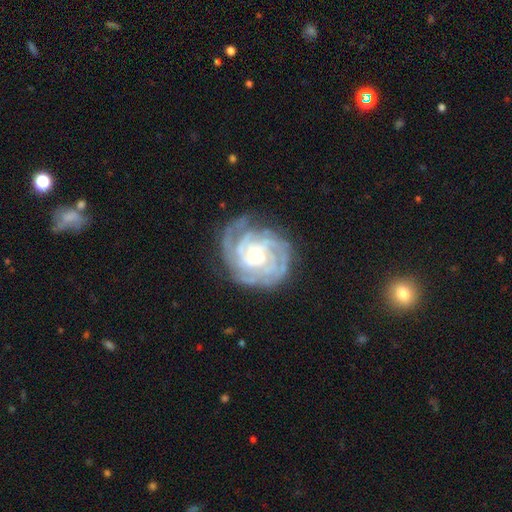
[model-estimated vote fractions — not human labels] Smooth or featured? Predicted: featured or disk (p=0.90). Edge-on disk? Predicted: no (p=0.98). Bar? Predicted: no (p=0.67). Spiral arms? Predicted: yes (p=0.98). Spiral winding? Predicted: tight (p=0.77). Spiral arm count? Predicted: 3 (p=0.25). Bulge size? Predicted: moderate (p=0.54). Merging? Predicted: none (p=0.75).